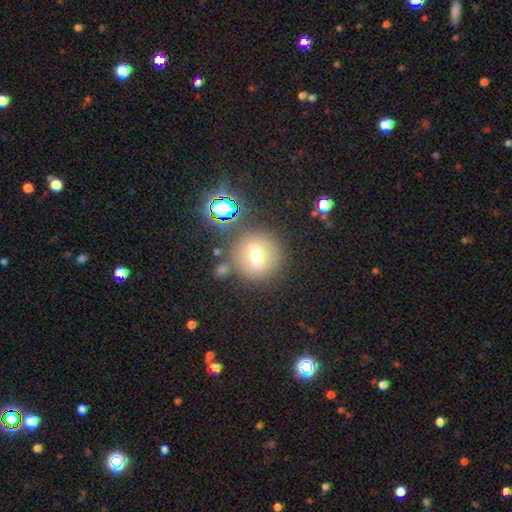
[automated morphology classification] A smooth galaxy with no disk features (50%) that is round (86%).

Vote fractions:
- Smooth or featured? smooth: 50% / featured or disk: 32% / star or artifact: 18%
- How rounded? round: 86% / in between: 13% / cigar-shaped: 2%
- Merging? none: 79% / minor disturbance: 10% / merger: 6% / major disturbance: 4%